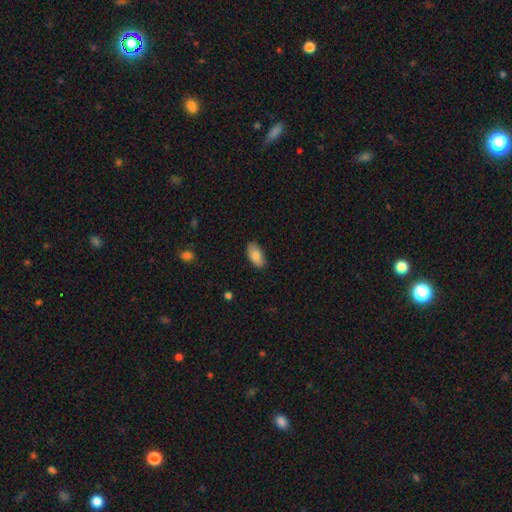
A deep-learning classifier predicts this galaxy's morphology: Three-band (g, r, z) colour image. It shows a smooth galaxy with no disk features (86%) that is in between round and cigar-shaped (94%). Merging: none (84%).